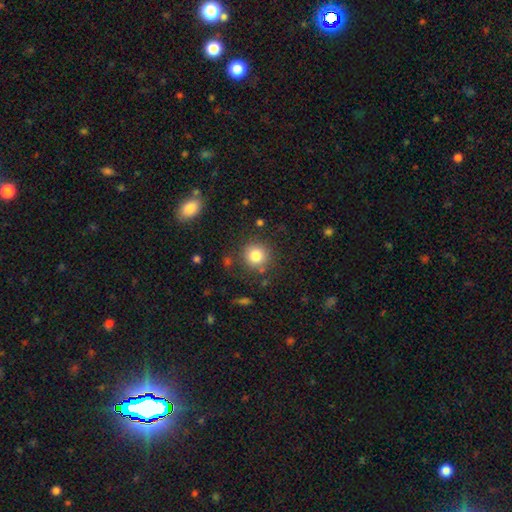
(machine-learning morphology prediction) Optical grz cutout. It shows a smooth galaxy with no disk features (82%) that is round (92%). Merging: none (84%).